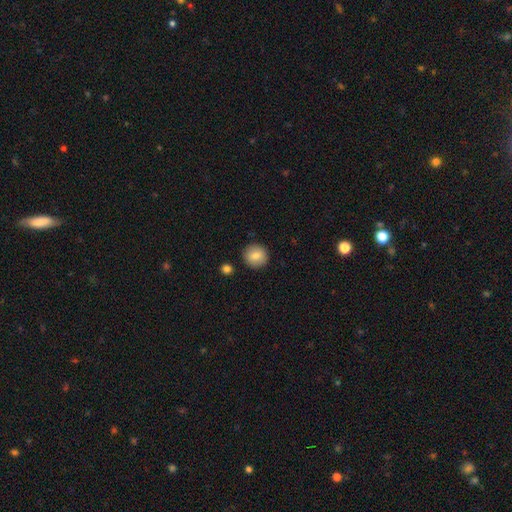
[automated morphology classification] smooth_or_featured: smooth (p=0.83) [alt: featured or disk p=0.10]
how_rounded: round (p=0.92) [alt: in between p=0.07]
merging: none (p=0.90) [alt: minor disturbance p=0.06]